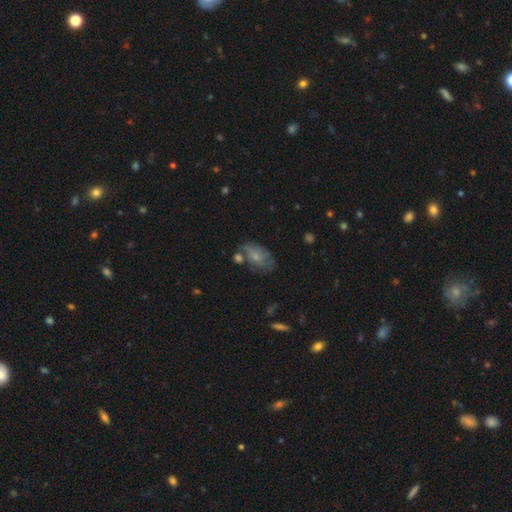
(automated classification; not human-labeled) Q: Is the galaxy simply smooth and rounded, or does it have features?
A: smooth — 52%.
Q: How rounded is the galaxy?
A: in between — 86%.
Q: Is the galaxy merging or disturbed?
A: none — 46%.